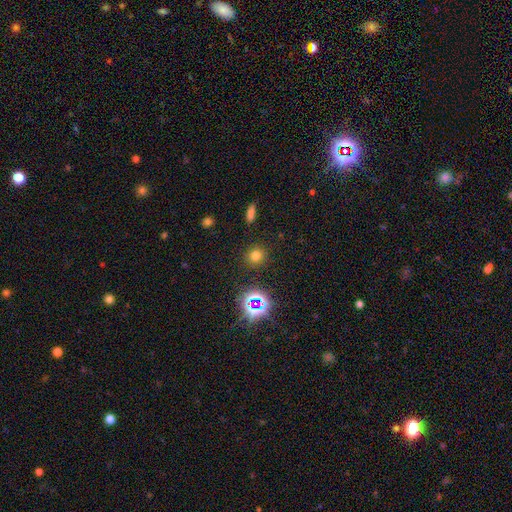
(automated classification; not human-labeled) smooth 70%, star or artifact 23%, featured or disk 7%. Down the decision tree: how rounded — round (90%); merging — none (89%).